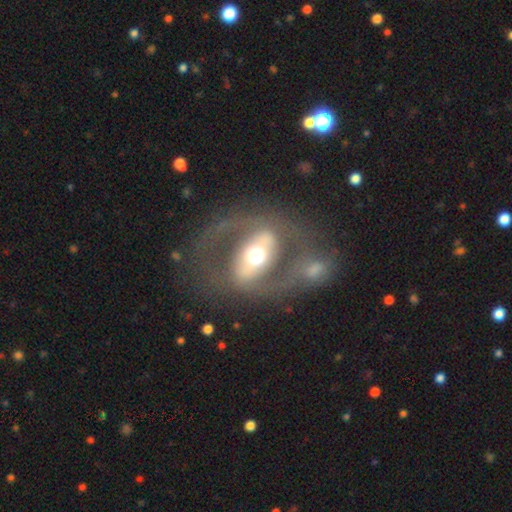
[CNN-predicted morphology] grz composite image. It shows a featured or disk galaxy (73%) with a strong bar (48%), spiral arms (51%) and a moderate central bulge (65%). Merging: none (54%).